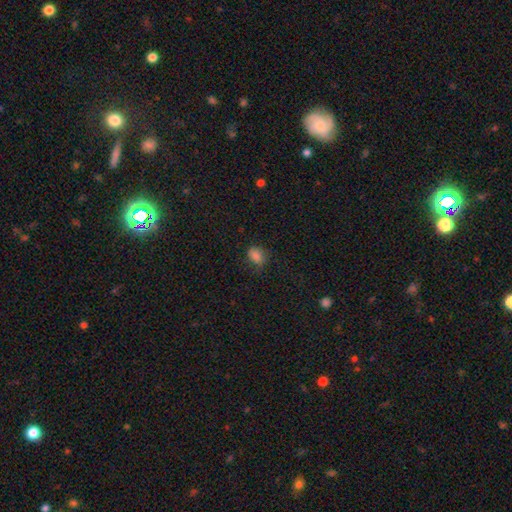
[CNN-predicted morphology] Smooth or featured: smooth — 82% (star or artifact — 13%)
How rounded: in between — 73% (round — 26%)
Merging: none — 69% (minor disturbance — 22%)